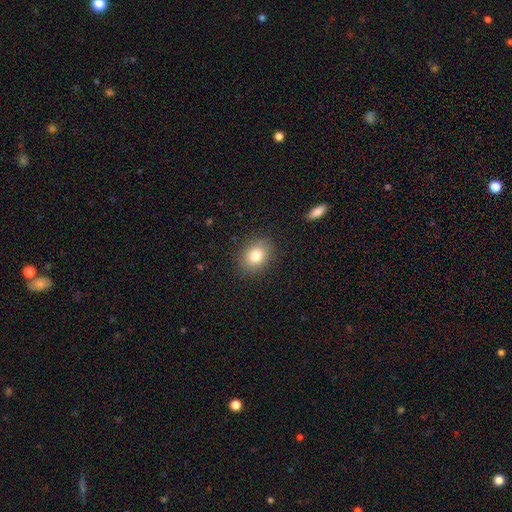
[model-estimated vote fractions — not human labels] smooth 81%, star or artifact 10%, featured or disk 9%. Down the decision tree: how rounded — in between (51%); merging — none (87%).